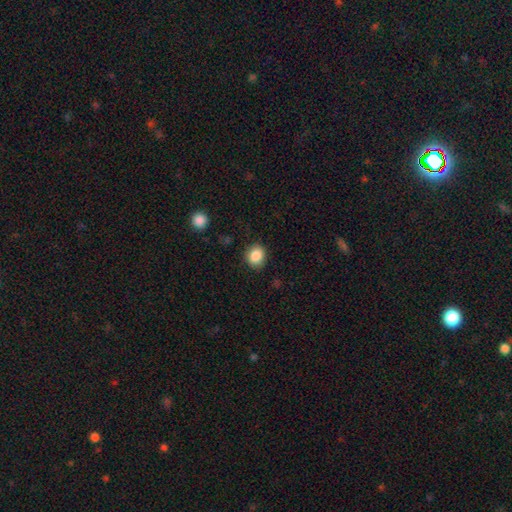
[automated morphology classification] Q: Smooth or featured?
A: smooth (88%); runner-up: star or artifact (9%)
Q: How rounded?
A: round (70%); runner-up: in between (29%)
Q: Merging?
A: none (87%); runner-up: minor disturbance (9%)